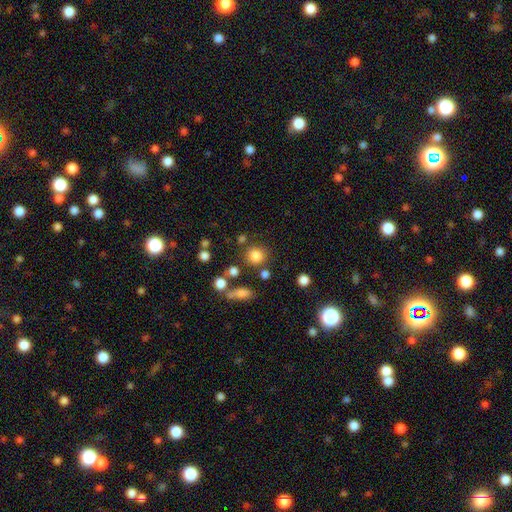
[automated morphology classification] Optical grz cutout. It shows a smooth galaxy with no disk features (81%) that is round (88%). Merging: none (77%).